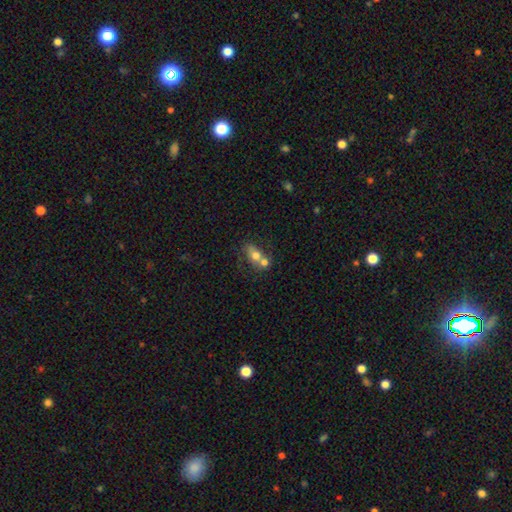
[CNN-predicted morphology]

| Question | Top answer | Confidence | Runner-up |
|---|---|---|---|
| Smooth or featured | smooth | 67% | featured or disk (23%) |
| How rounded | in between | 68% | round (28%) |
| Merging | merger | 57% | none (28%) |